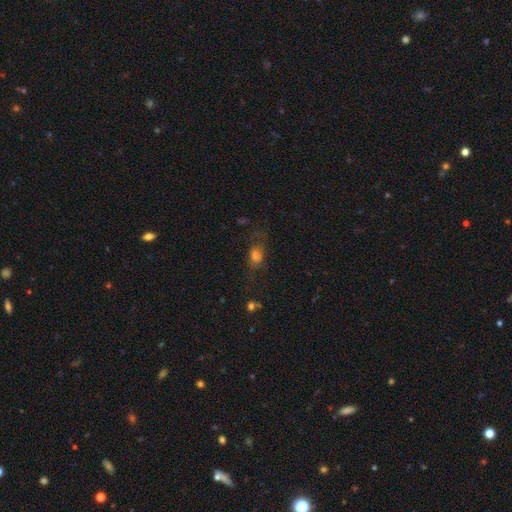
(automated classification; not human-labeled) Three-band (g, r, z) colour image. It shows a smooth galaxy with no disk features (66%) that is in between round and cigar-shaped (66%). Merging: none (59%).